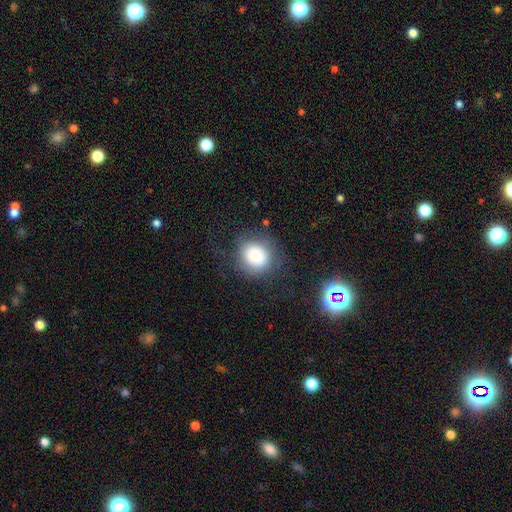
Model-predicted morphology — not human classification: The model was most divided on "merging": none: 64%, minor disturbance: 19%, major disturbance: 14%, merger: 3%. More confident: smooth or featured — smooth (81%); how rounded — round (78%).